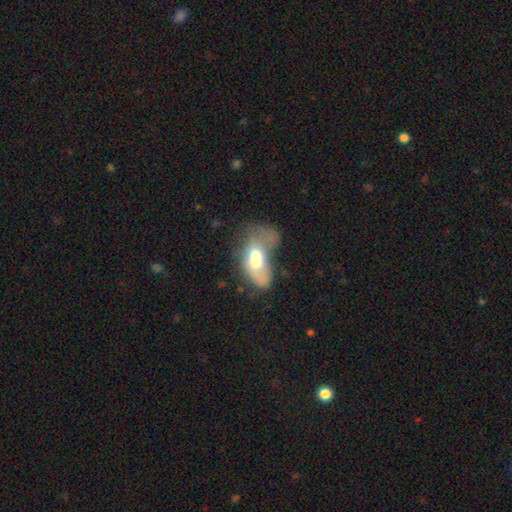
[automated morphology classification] smooth-or-featured: smooth: 52% | featured or disk: 39% | star or artifact: 9%
  how-rounded: in between: 83% | round: 13% | cigar-shaped: 4%
  merging: merger: 56% | major disturbance: 24% | none: 10% | minor disturbance: 10%